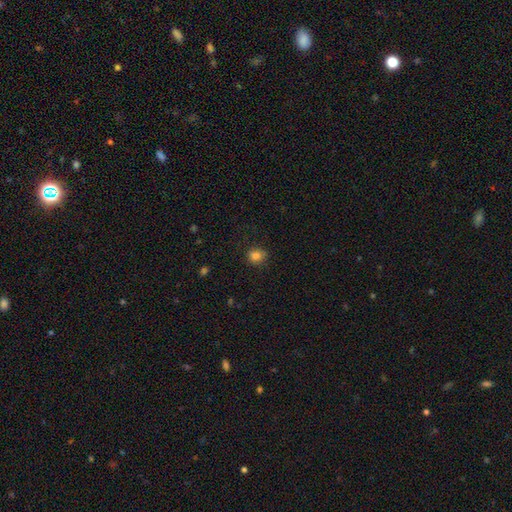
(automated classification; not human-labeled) Q: Smooth or featured?
A: smooth (83%); runner-up: star or artifact (12%)
Q: How rounded?
A: round (67%); runner-up: in between (32%)
Q: Merging?
A: none (73%); runner-up: minor disturbance (20%)